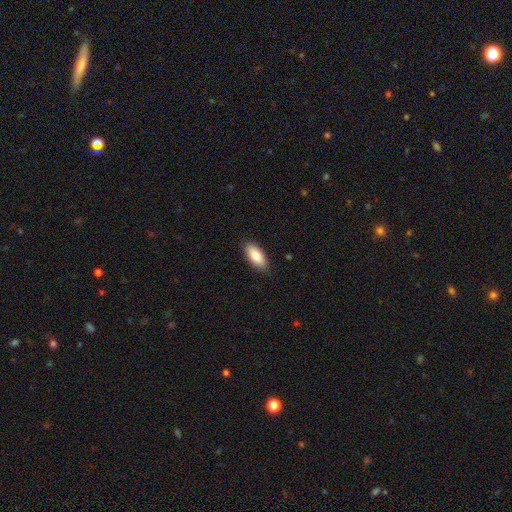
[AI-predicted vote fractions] A smooth galaxy with no disk features (83%) that is in between round and cigar-shaped (89%). Merging: none (88%).